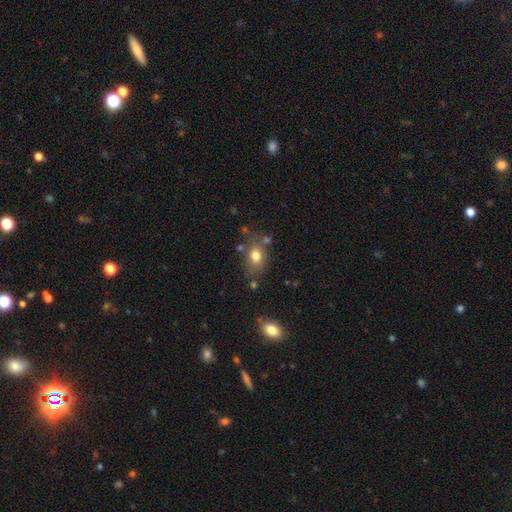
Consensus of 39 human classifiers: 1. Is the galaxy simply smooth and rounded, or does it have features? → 90% smooth, 8% featured or disk, 3% star or artifact.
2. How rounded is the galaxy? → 77% in between, 23% round, 0% cigar-shaped.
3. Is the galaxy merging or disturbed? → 68% none, 18% major disturbance, 8% minor disturbance, 5% merger.